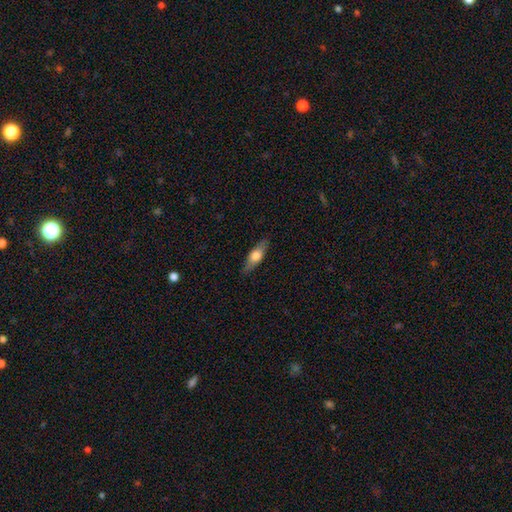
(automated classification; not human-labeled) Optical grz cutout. It shows a smooth galaxy with no disk features (59%) that is in between round and cigar-shaped (54%). Merging: none (86%).